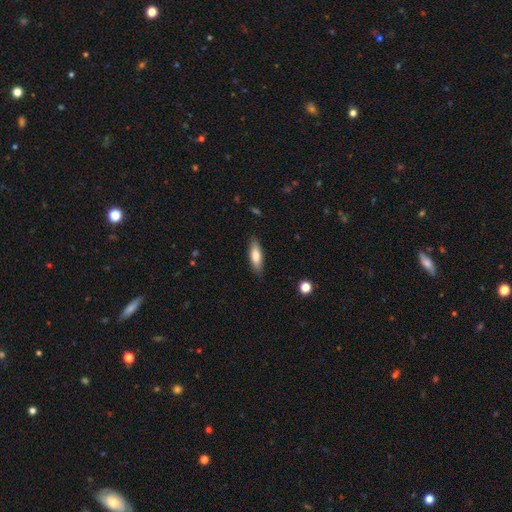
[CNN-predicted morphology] type=smooth (77%); roundness=in between (57%); merging=none (86%).